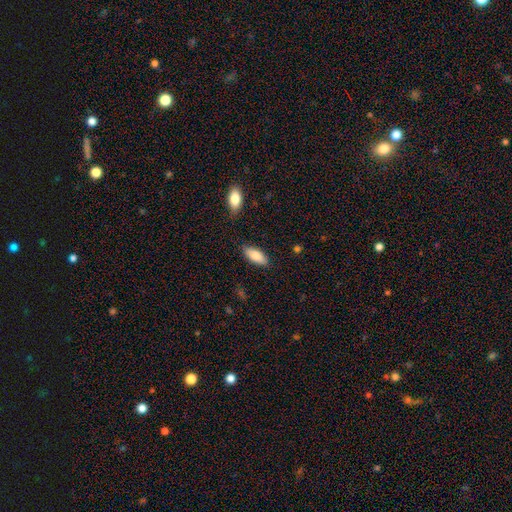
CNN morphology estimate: A smooth galaxy with no disk features (82%) that is in between round and cigar-shaped (81%).

Vote fractions:
- Smooth or featured? smooth: 82% / featured or disk: 12% / star or artifact: 6%
- How rounded? in between: 81% / cigar-shaped: 17% / round: 2%
- Merging? none: 85% / minor disturbance: 11% / major disturbance: 2% / merger: 2%